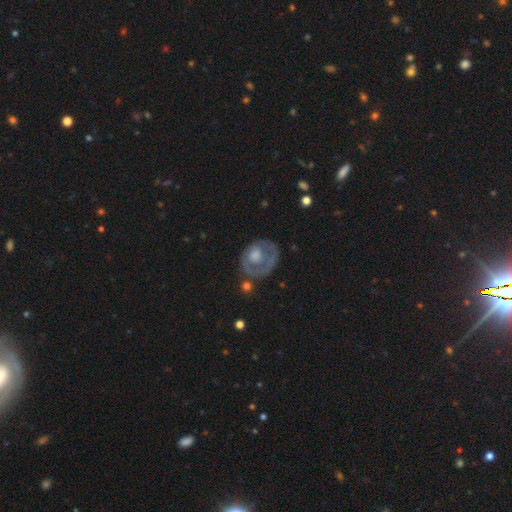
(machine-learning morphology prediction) smooth_or_featured: featured or disk (p=0.58) [alt: smooth p=0.35]
disk_edge_on: no (p=0.95) [alt: yes p=0.05]
bar: no (p=0.86) [alt: weak p=0.12]
has_spiral_arms: no (p=0.65) [alt: yes p=0.35]
bulge_size: moderate (p=0.48) [alt: large p=0.30]
merging: none (p=0.58) [alt: minor disturbance p=0.21]